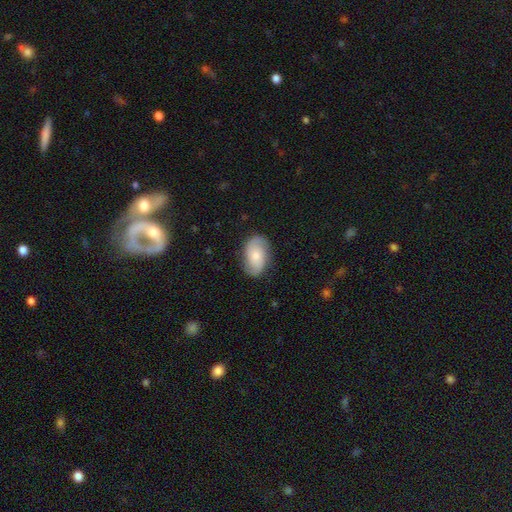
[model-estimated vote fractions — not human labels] smooth-or-featured: featured or disk: 54% | smooth: 39% | star or artifact: 7%
  disk-edge-on: no: 96% | yes: 4%
    bar: no: 66% | weak: 28% | strong: 6%
    has-spiral-arms: yes: 90% | no: 10%
    bulge-size: moderate: 45% | small: 38% | large: 9% | none: 6% | dominant: 2%
  merging: none: 80% | minor disturbance: 14% | major disturbance: 4% | merger: 1%